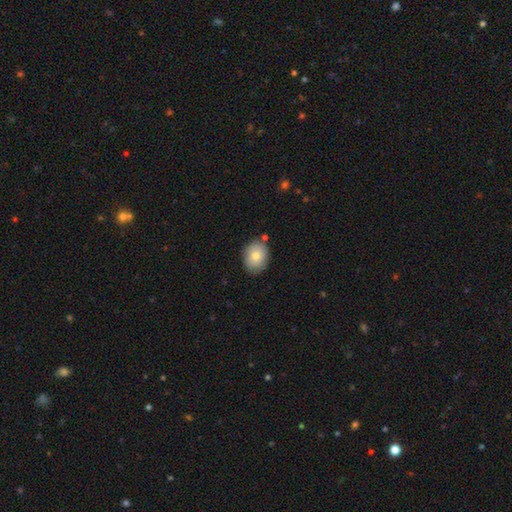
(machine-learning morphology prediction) A smooth galaxy with no disk features (76%) that is in between round and cigar-shaped (61%). Merging: none (78%).